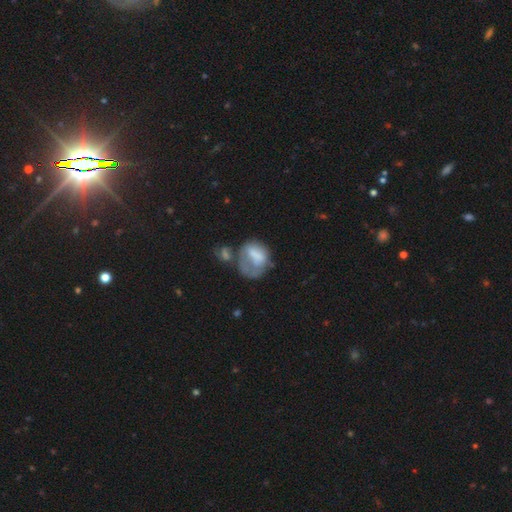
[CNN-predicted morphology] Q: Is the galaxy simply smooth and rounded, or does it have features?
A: smooth — 57%.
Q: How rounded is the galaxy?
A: in between — 53%.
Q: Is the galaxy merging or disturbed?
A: major disturbance — 35%.